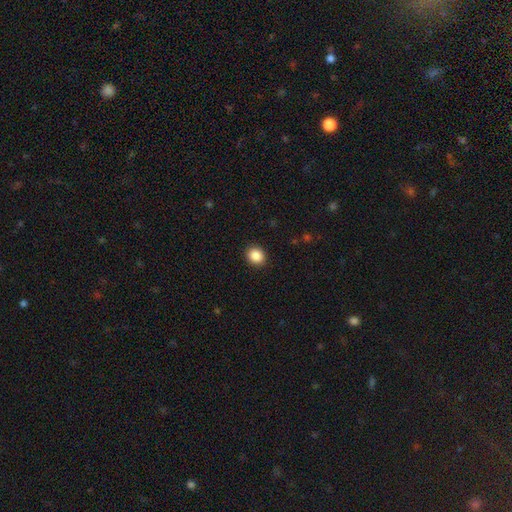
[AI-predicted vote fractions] Morphology: type=smooth (88%); roundness=round (71%); merging=none (92%).